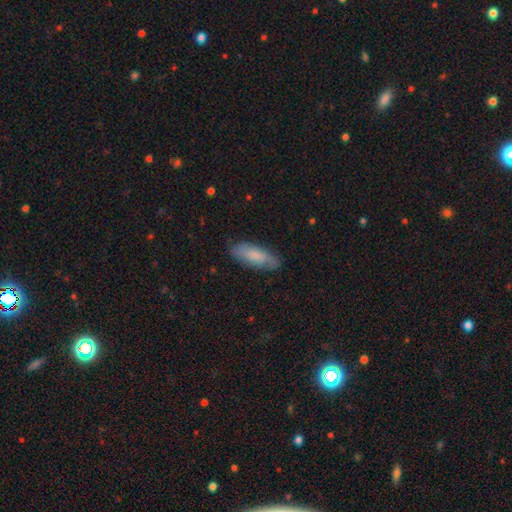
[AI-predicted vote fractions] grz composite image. It shows a smooth galaxy with no disk features (75%) that is in between round and cigar-shaped (67%). Merging: none (80%).